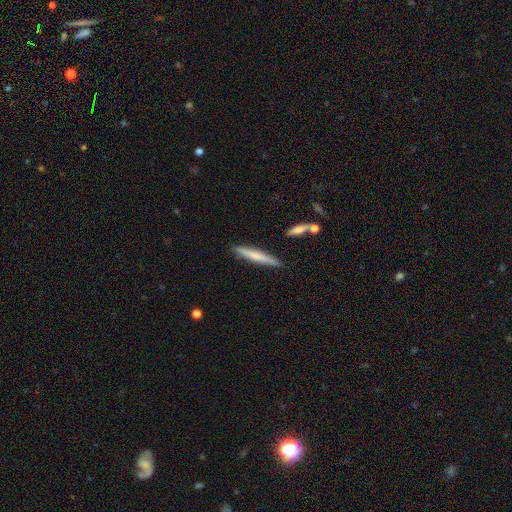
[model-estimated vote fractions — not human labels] The model was most divided on "smooth or featured": smooth: 64%, featured or disk: 30%, star or artifact: 6%. More confident: how rounded — cigar-shaped (94%); merging — none (89%).